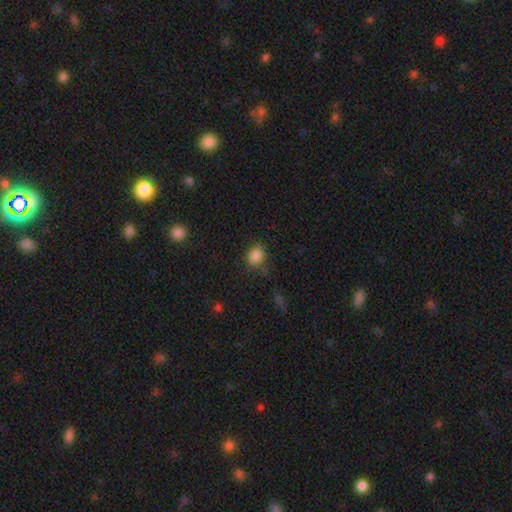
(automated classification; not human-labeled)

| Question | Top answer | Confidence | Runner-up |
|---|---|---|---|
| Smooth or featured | smooth | 85% | star or artifact (11%) |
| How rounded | round | 58% | in between (41%) |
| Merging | none | 70% | minor disturbance (20%) |